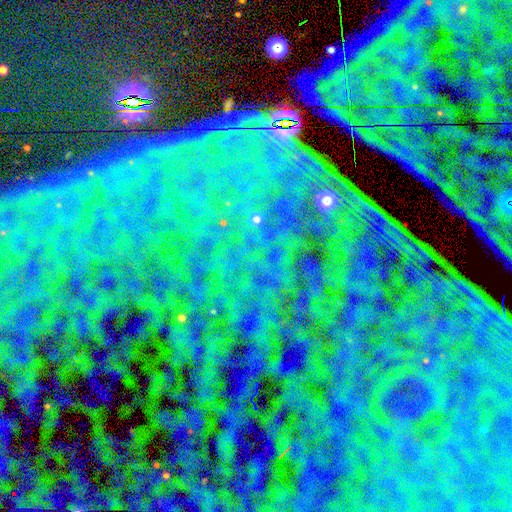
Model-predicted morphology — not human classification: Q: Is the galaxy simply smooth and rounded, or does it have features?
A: star or artifact — 86%.